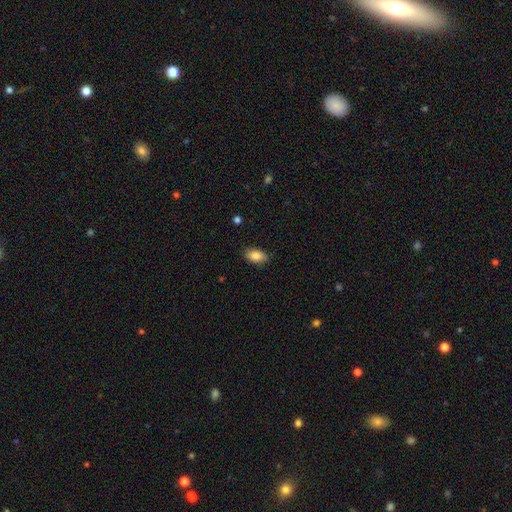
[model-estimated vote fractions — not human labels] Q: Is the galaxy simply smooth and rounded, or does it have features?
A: smooth — 86%.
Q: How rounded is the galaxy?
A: in between — 90%.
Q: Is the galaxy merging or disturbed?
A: none — 82%.